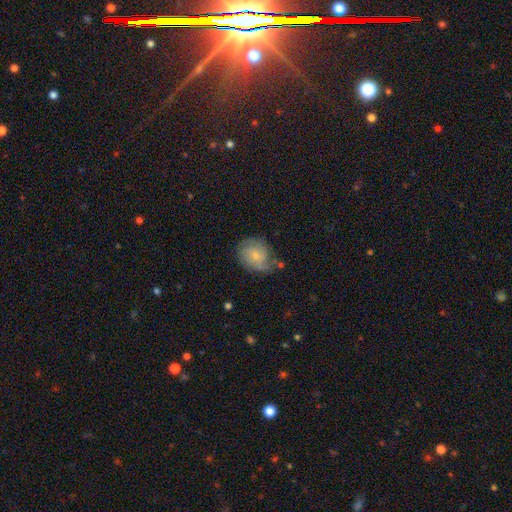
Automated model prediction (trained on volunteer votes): Smooth or featured? Predicted: featured or disk (p=0.55). Edge-on disk? Predicted: no (p=0.97). Bar? Predicted: no (p=0.71). Spiral arms? Predicted: yes (p=0.86). Bulge size? Predicted: small (p=0.63). Merging? Predicted: none (p=0.56).